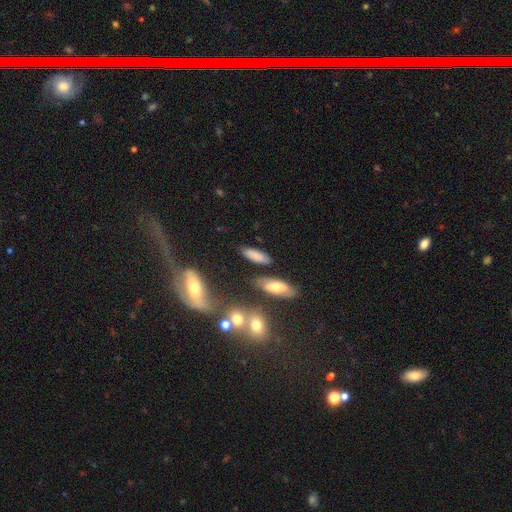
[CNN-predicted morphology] Smooth or featured?
  - smooth: 78% *
  - featured or disk: 13%
  - star or artifact: 8%
How rounded?
  - in between: 56% *
  - cigar-shaped: 40%
  - round: 3%
Merging?
  - none: 79% *
  - minor disturbance: 13%
  - merger: 5%
  - major disturbance: 4%